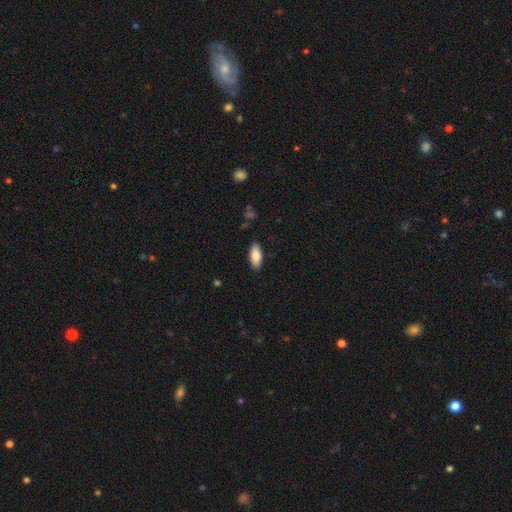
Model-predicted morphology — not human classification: Smooth or featured? Predicted: smooth (p=0.85). How rounded? Predicted: in between (p=0.84). Merging? Predicted: none (p=0.88).